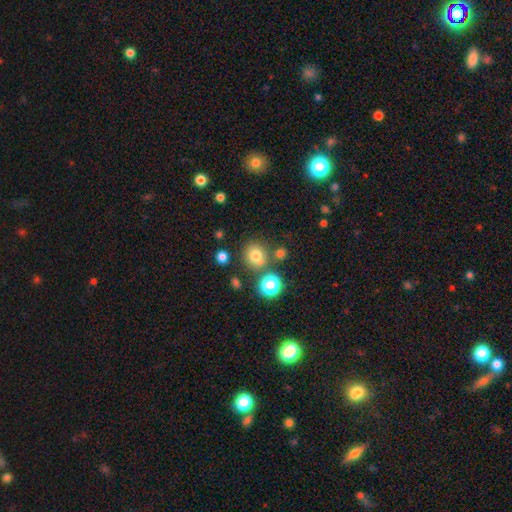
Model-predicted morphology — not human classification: A smooth galaxy with no disk features (74%) that is round (86%).

Vote fractions:
- Smooth or featured? smooth: 74% / star or artifact: 17% / featured or disk: 9%
- How rounded? round: 86% / in between: 13% / cigar-shaped: 1%
- Merging? none: 76% / minor disturbance: 11% / merger: 9% / major disturbance: 4%